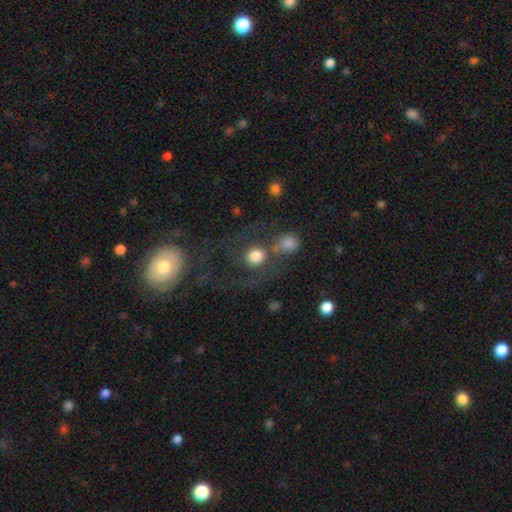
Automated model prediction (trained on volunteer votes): A smooth galaxy with no disk features (63%) that is round (80%). Merging: none (45%).